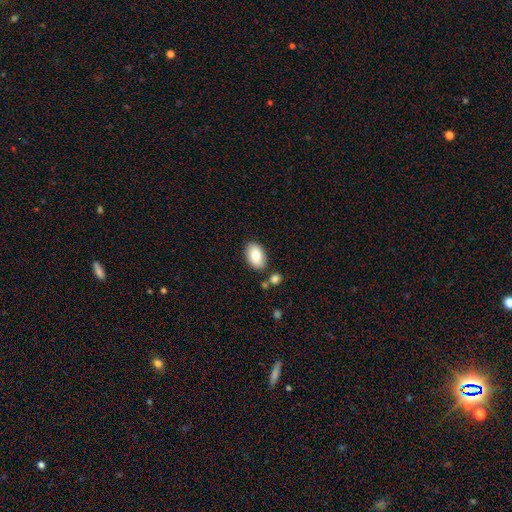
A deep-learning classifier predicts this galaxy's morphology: smooth_or_featured: smooth (p=0.85) [alt: featured or disk p=0.09]
how_rounded: in between (p=0.92) [alt: round p=0.07]
merging: none (p=0.82) [alt: minor disturbance p=0.11]